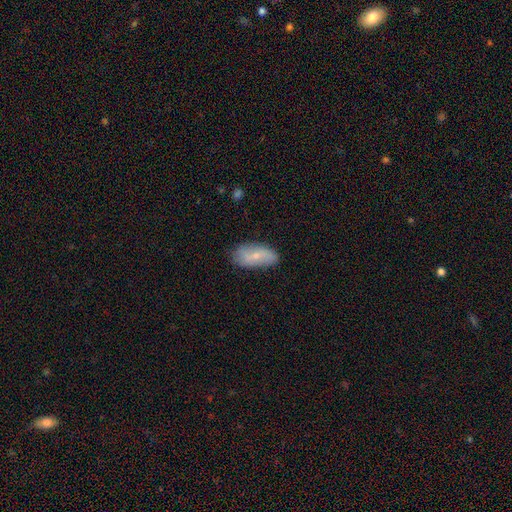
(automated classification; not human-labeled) A smooth galaxy with no disk features (54%) that is in between round and cigar-shaped (88%). Merging: none (76%).